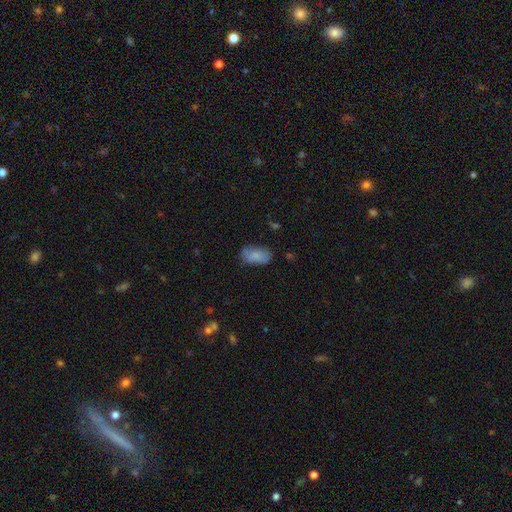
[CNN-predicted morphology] Smooth or featured?
  - smooth: 79% *
  - featured or disk: 13%
  - star or artifact: 8%
How rounded?
  - in between: 93% *
  - round: 5%
  - cigar-shaped: 2%
Merging?
  - none: 63% *
  - minor disturbance: 26%
  - major disturbance: 8%
  - merger: 3%